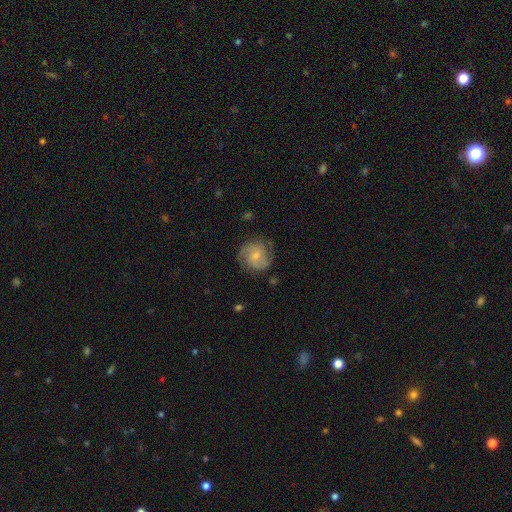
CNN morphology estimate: A featured or disk galaxy (56%) with no bar (52%), spiral arms (88%) and a small central bulge (61%). Merging: none (75%).